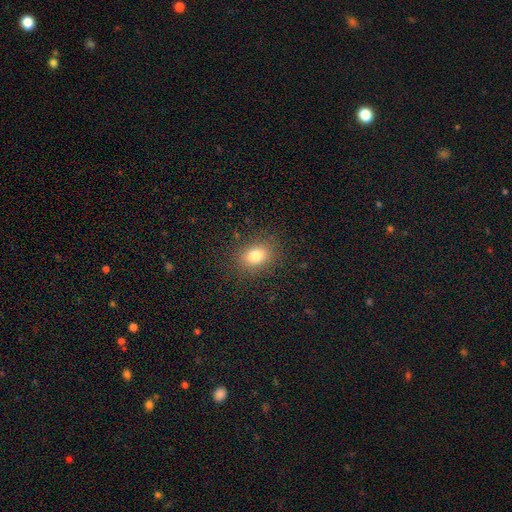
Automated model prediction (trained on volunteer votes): Overall: smooth (79%). How rounded: in between (54%; round 45%). Merging: none (86%).